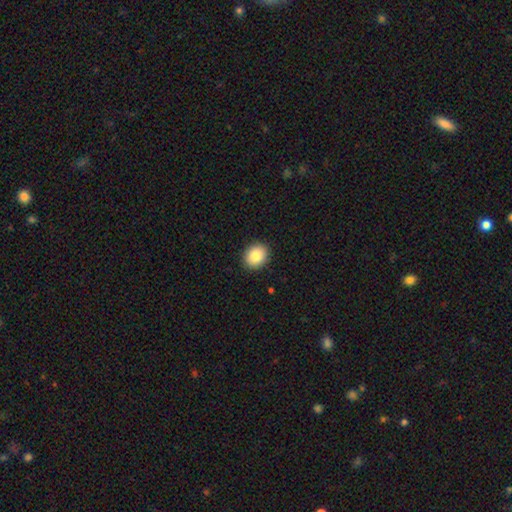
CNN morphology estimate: This is clearly a smooth galaxy (85%). How rounded: possibly round (56%). Merging: clearly none (91%).